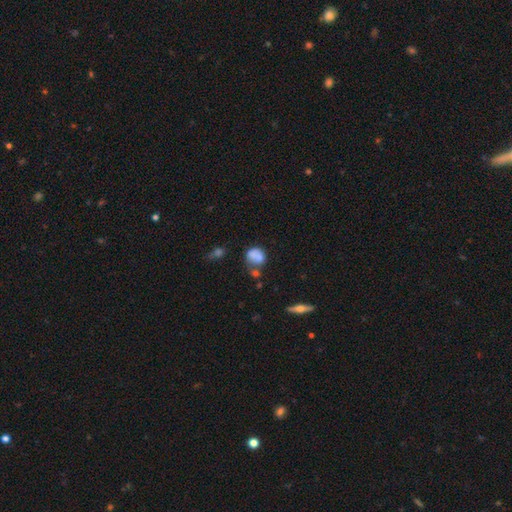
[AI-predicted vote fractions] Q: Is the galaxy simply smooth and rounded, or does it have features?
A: smooth — 74%.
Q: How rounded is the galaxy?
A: round — 59%.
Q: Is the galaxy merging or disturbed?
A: none — 42%.